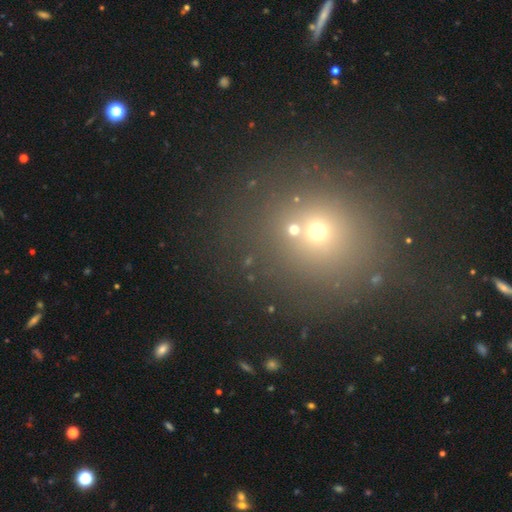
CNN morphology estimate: smooth-or-featured: smooth: 45% (tied) | star or artifact: 45% (tied) | featured or disk: 10%
  merging: none: 68% | merger: 16% | minor disturbance: 10% | major disturbance: 6%